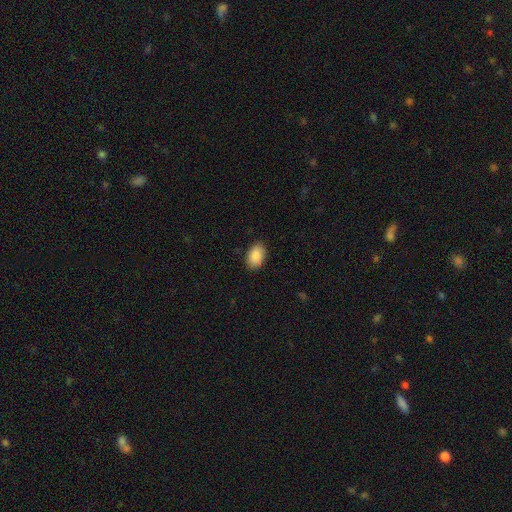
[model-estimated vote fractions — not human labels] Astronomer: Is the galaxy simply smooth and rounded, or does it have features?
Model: smooth — 89%.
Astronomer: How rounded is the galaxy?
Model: in between — 91%.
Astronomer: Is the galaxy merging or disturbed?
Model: none — 87%.